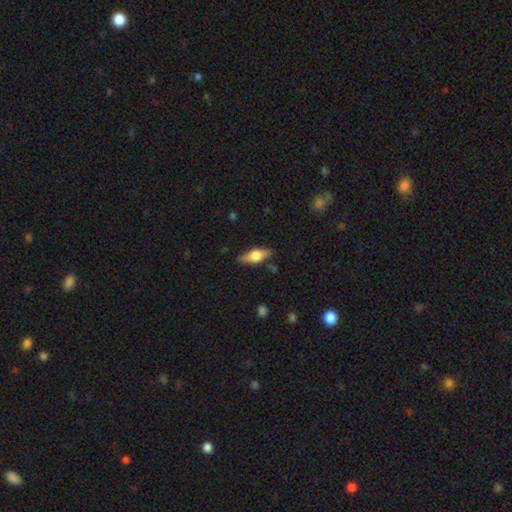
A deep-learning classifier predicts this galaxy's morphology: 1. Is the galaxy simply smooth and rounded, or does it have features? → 48% smooth, 46% featured or disk, 6% star or artifact.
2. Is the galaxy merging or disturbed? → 84% none, 12% minor disturbance, 3% major disturbance, 2% merger.